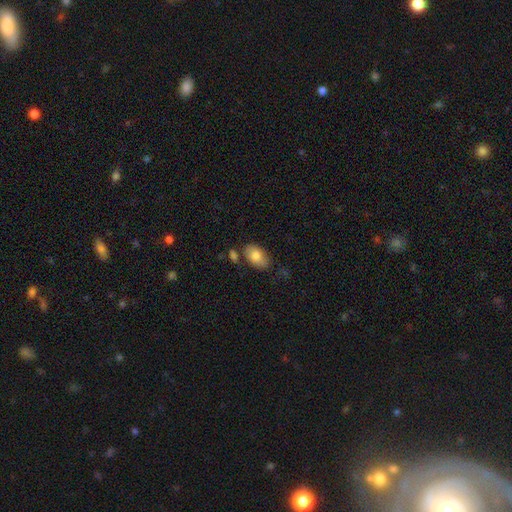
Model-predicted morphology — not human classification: The model was most divided on "merging": none: 73%, minor disturbance: 15%, merger: 8%, major disturbance: 4%. More confident: how rounded — in between (92%); smooth or featured — smooth (82%).